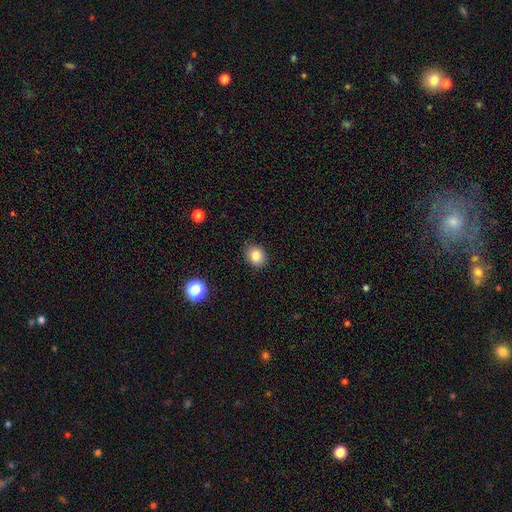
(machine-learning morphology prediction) A smooth galaxy with no disk features (85%) that is round (57%).

Vote fractions:
- Smooth or featured? smooth: 85% / star or artifact: 10% / featured or disk: 5%
- How rounded? round: 57% / in between: 43% / cigar-shaped: 1%
- Merging? none: 86% / minor disturbance: 10% / major disturbance: 3% / merger: 1%